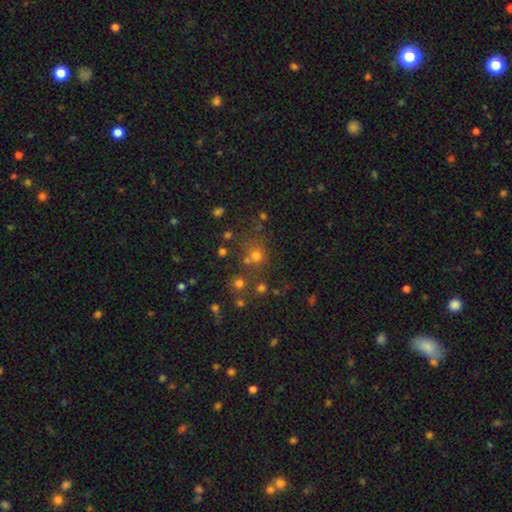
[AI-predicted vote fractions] This appears to be a smooth galaxy with no disk features (64%) that is round (87%). Merging: none (66%).